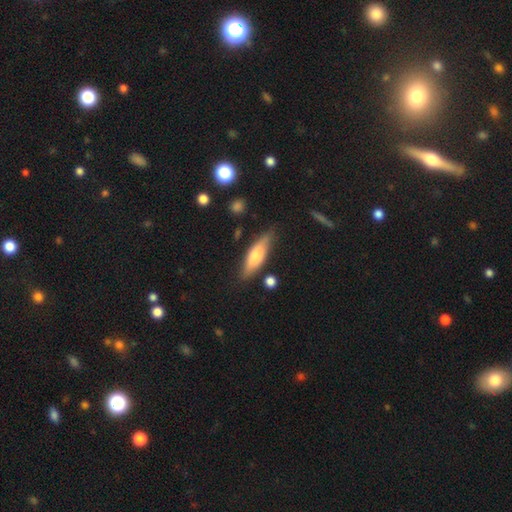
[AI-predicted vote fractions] This is possibly a smooth galaxy (58%). How rounded: possibly cigar-shaped (52%). Merging: clearly none (80%).